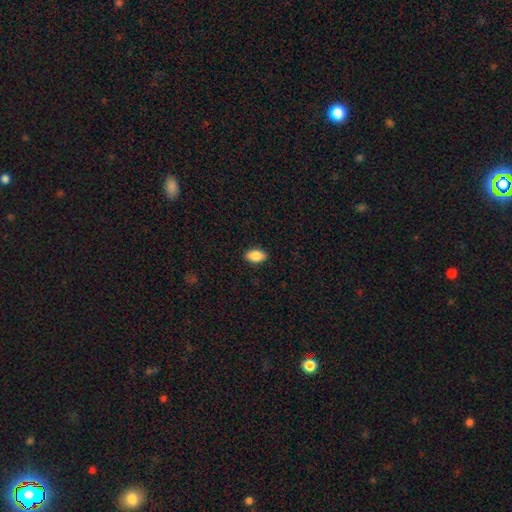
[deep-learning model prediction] Morphology: type=smooth (86%); roundness=in between (91%); merging=none (89%).